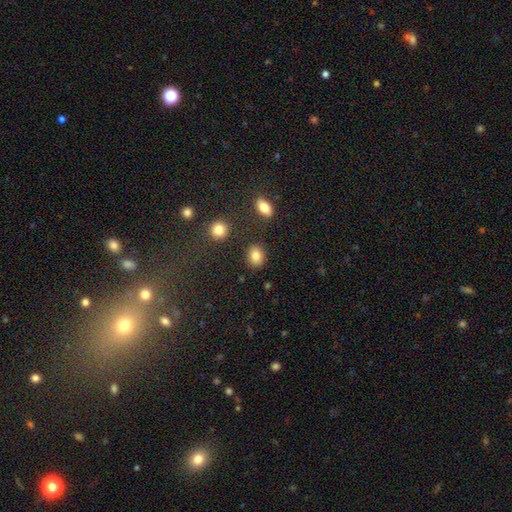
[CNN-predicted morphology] A smooth galaxy with no disk features (84%) that is in between round and cigar-shaped (55%).

Vote fractions:
- Smooth or featured? smooth: 84% / star or artifact: 9% / featured or disk: 6%
- How rounded? in between: 55% / round: 44% / cigar-shaped: 1%
- Merging? none: 84% / minor disturbance: 9% / merger: 4% / major disturbance: 3%